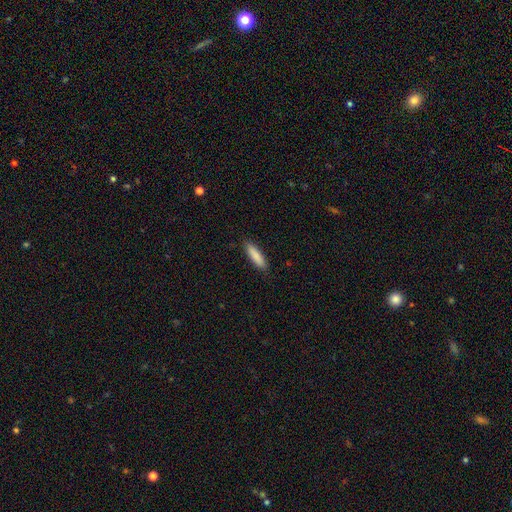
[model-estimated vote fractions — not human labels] This is clearly a smooth galaxy (86%). How rounded: likely cigar-shaped (69%). Merging: clearly none (88%).